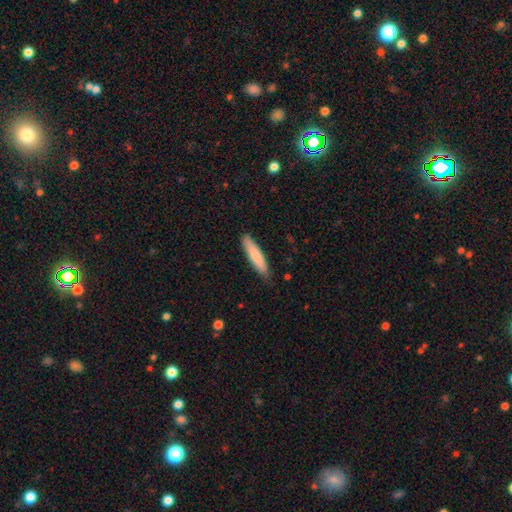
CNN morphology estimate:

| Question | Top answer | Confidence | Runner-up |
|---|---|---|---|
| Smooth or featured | smooth | 80% | featured or disk (15%) |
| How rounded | cigar-shaped | 81% | in between (18%) |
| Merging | none | 84% | minor disturbance (13%) |